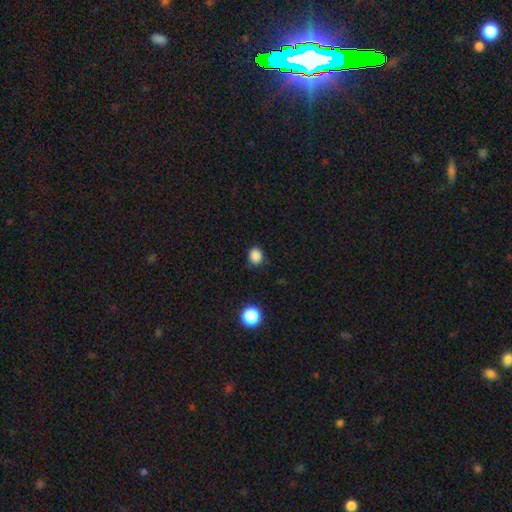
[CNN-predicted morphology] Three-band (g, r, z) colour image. It shows a smooth galaxy with no disk features (85%) that is round (66%). Merging: none (84%).